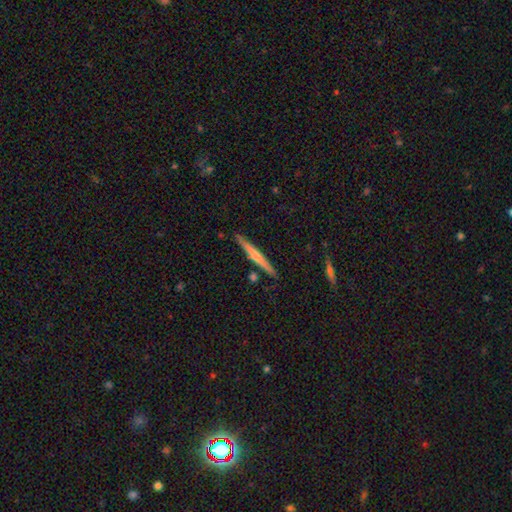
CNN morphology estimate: Q: Smooth or featured?
A: featured or disk (50%); runner-up: smooth (44%)
Q: Merging?
A: none (86%); runner-up: minor disturbance (9%)